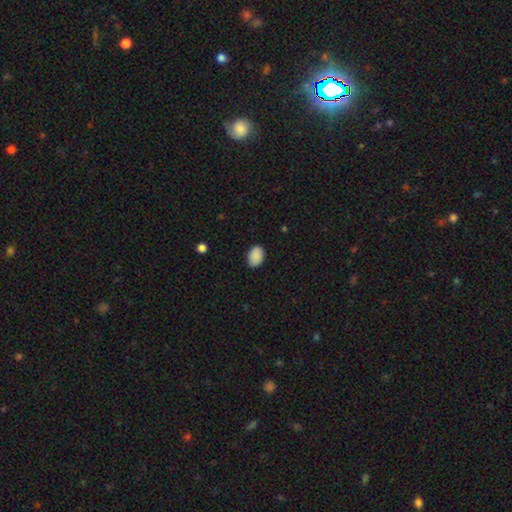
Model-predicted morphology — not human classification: The model was most divided on "how rounded": in between: 83%, round: 16%, cigar-shaped: 1%. More confident: smooth or featured — smooth (90%); merging — none (86%).